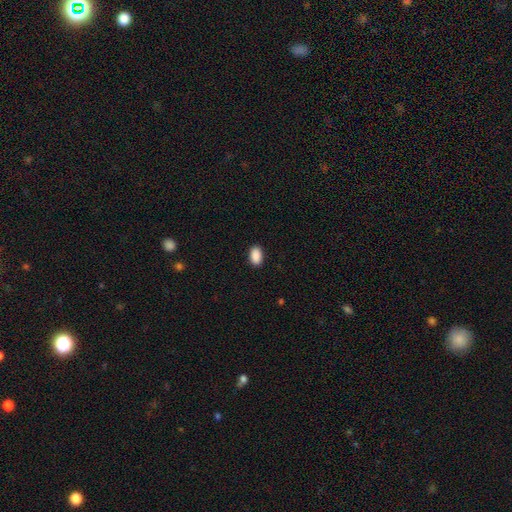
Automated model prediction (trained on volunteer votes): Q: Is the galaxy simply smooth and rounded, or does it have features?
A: smooth — 91%.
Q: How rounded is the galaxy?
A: in between — 92%.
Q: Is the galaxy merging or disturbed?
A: none — 90%.